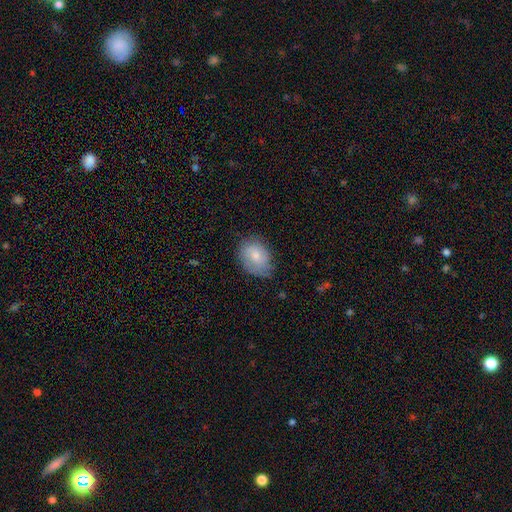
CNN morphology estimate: smooth_or_featured: smooth (p=0.67) [alt: featured or disk p=0.25]
how_rounded: in between (p=0.69) [alt: round p=0.30]
merging: none (p=0.65) [alt: minor disturbance p=0.27]